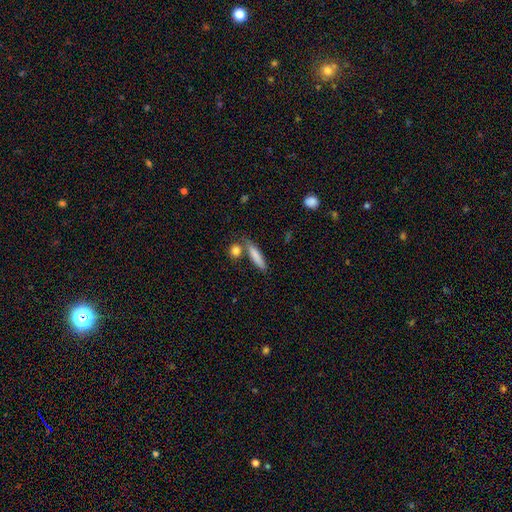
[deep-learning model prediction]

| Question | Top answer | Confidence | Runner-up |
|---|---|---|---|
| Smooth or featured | smooth | 82% | featured or disk (11%) |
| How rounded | cigar-shaped | 74% | in between (22%) |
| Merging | none | 70% | merger (13%) |